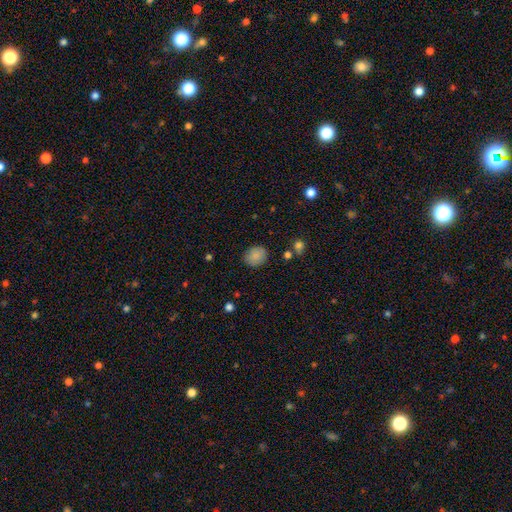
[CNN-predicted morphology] A smooth galaxy with no disk features (85%) that is round (65%). Merging: none (86%).